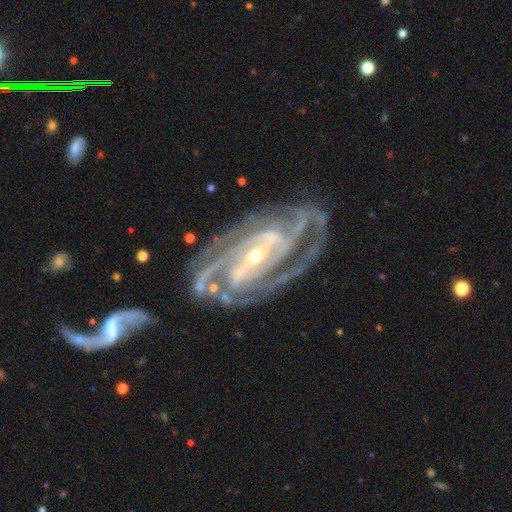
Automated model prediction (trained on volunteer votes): Overall: featured or disk (92%). Edge-on disk: no (96%). Bar: strong (47%; weak 30%). Spiral arms: yes (98%). Spiral arm count: 3 (31%; 4 22%). Spiral winding: tight (64%; medium 31%). Bulge size: small (63%; moderate 33%). Merging: none (67%).